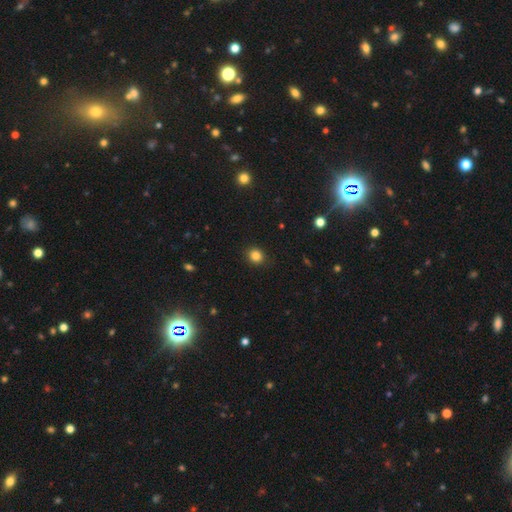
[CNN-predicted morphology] type=smooth (85%); roundness=round (84%); merging=none (89%).